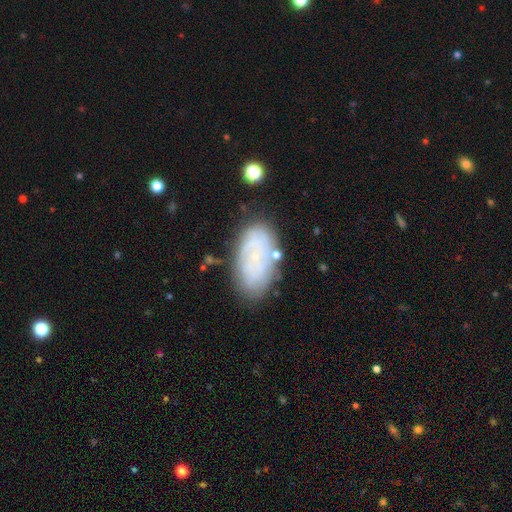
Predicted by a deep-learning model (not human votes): The model was most divided on "smooth or featured": featured or disk: 54%, smooth: 36%, star or artifact: 9%. More confident: edge-on disk — no (94%); bar — no (80%); bulge size — small (76%); merging — none (71%); spiral arms — yes (67%).